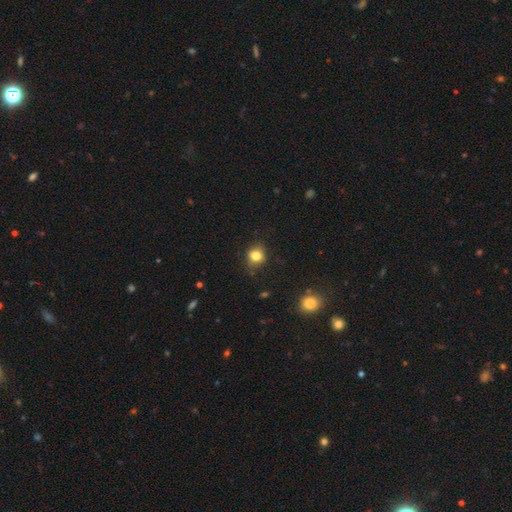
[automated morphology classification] A smooth galaxy with no disk features (80%) that is round (70%). Merging: none (79%).